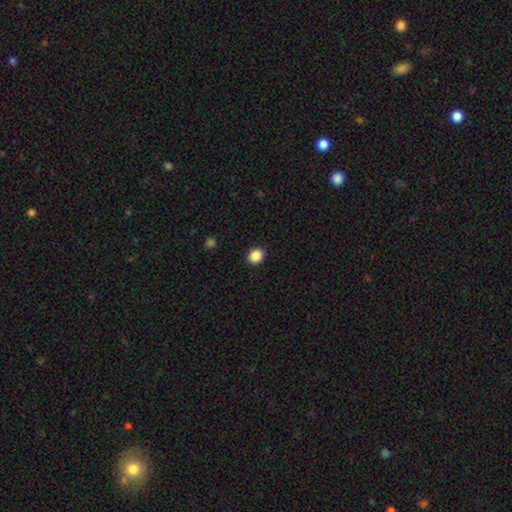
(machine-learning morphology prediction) type=smooth (88%); roundness=round (72%); merging=none (91%).